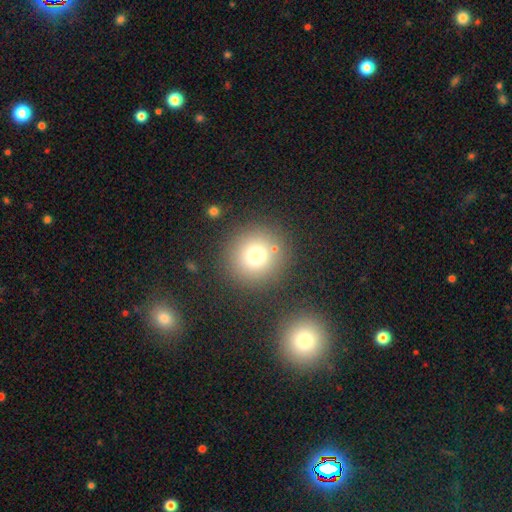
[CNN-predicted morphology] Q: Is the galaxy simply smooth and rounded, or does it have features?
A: smooth — 74%.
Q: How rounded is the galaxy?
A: round — 92%.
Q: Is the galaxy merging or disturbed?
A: none — 82%.